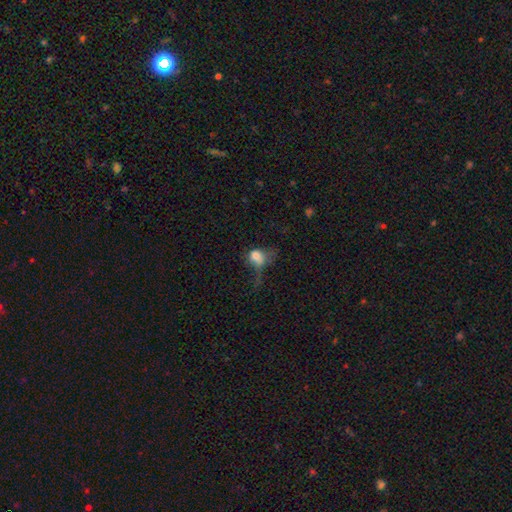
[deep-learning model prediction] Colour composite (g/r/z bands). It shows a smooth galaxy with no disk features (69%) that is in between round and cigar-shaped (50%). Merging: major disturbance (53%).